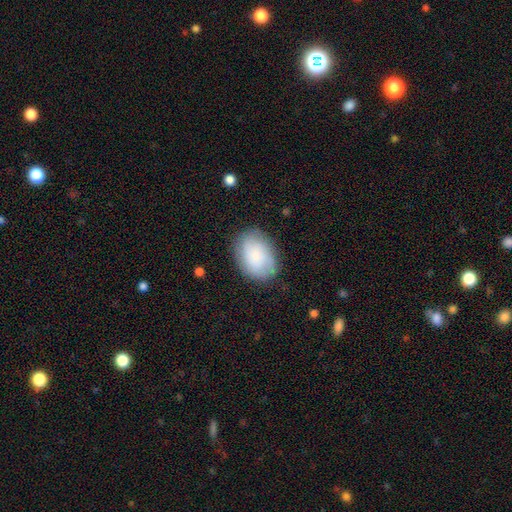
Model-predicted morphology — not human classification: The model was most divided on "smooth or featured": smooth: 69%, featured or disk: 23%, star or artifact: 8%. More confident: merging — none (79%); how rounded — in between (77%).